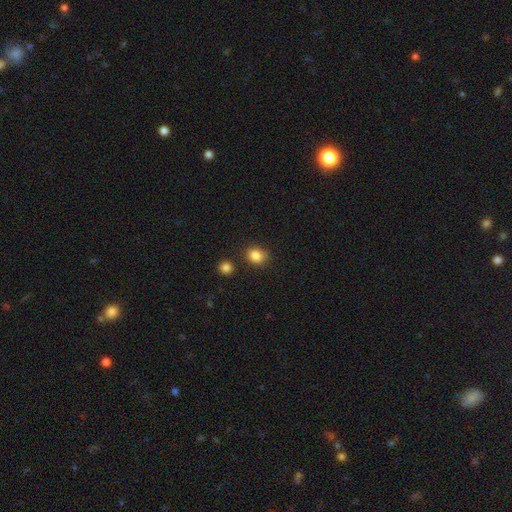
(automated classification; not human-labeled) Smooth or featured? smooth (85%)
How rounded? round (63%)
Merging? none (81%)